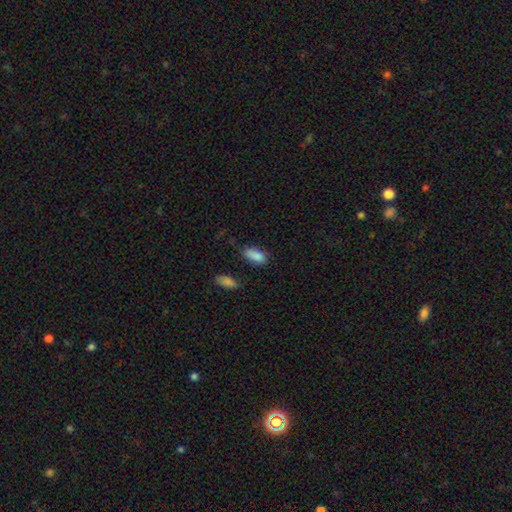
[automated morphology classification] Smooth or featured? Predicted: smooth (p=0.87). How rounded? Predicted: in between (p=0.85). Merging? Predicted: none (p=0.69).